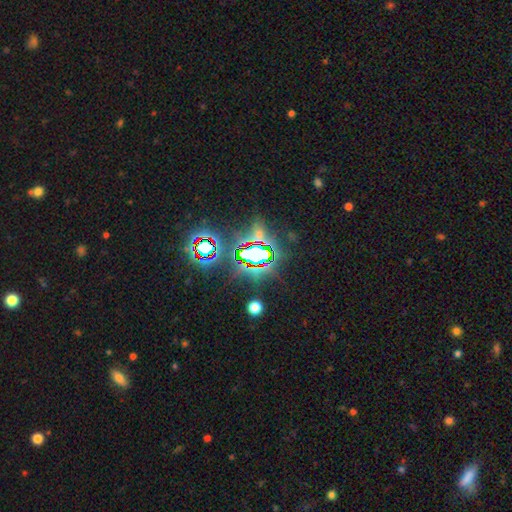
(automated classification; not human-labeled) Smooth or featured: star or artifact — 78% (smooth — 13%)